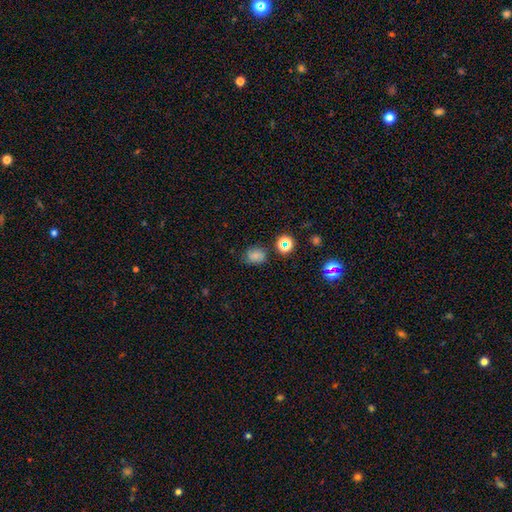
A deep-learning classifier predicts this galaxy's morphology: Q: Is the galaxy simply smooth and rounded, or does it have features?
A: smooth — 69%.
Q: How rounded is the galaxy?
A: round — 56%.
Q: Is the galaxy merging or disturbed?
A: none — 71%.